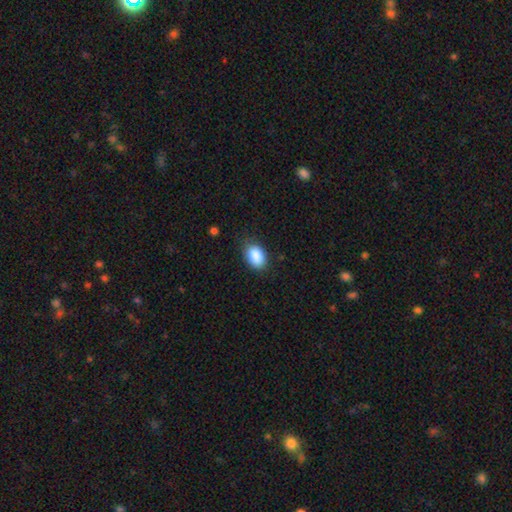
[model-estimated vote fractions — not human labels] smooth 88%, star or artifact 7%, featured or disk 4%. Down the decision tree: how rounded — in between (87%); merging — none (79%).